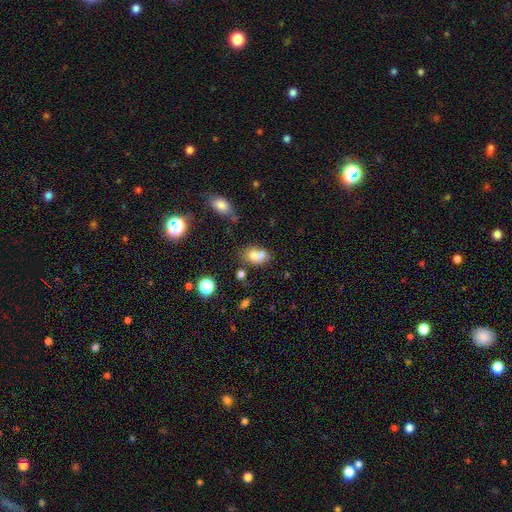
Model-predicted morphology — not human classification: Smooth or featured? smooth (69%)
How rounded? in between (59%)
Merging? merger (57%)